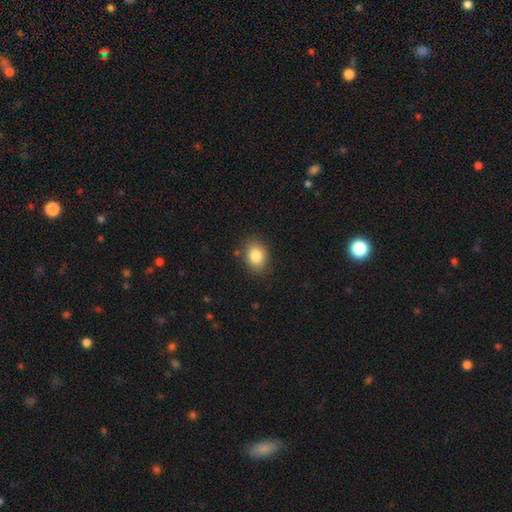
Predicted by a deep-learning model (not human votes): Morphology: type=smooth (85%); roundness=in between (66%); merging=none (84%).